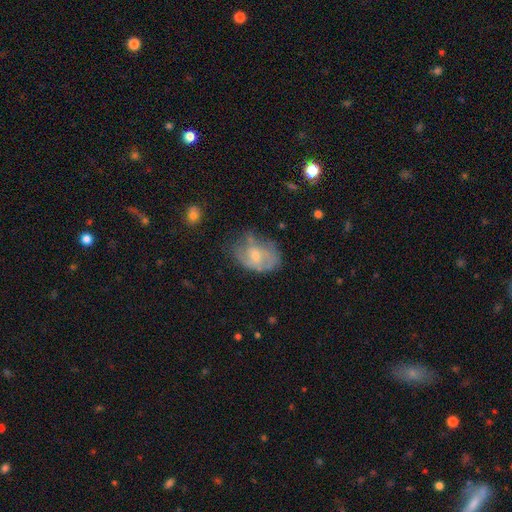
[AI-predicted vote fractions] Smooth or featured?
  - featured or disk: 61% *
  - smooth: 30%
  - star or artifact: 9%
Edge-on disk?
  - no: 96% *
  - yes: 4%
Bar?
  - no: 68% *
  - weak: 28%
  - strong: 4%
Spiral arms?
  - yes: 70% *
  - no: 30%
Bulge size?
  - small: 56% *
  - moderate: 38%
  - none: 4%
  - large: 2%
  - dominant: 1%
Merging?
  - none: 51% *
  - minor disturbance: 30%
  - major disturbance: 16%
  - merger: 3%